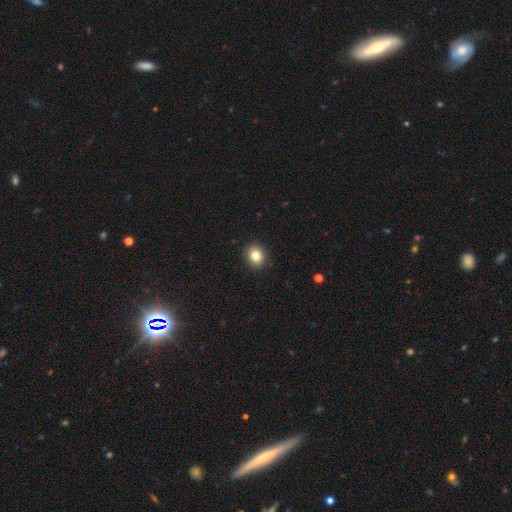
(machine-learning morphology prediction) Smooth or featured: smooth — 84% (star or artifact — 10%)
How rounded: round — 69% (in between — 30%)
Merging: none — 91% (minor disturbance — 6%)